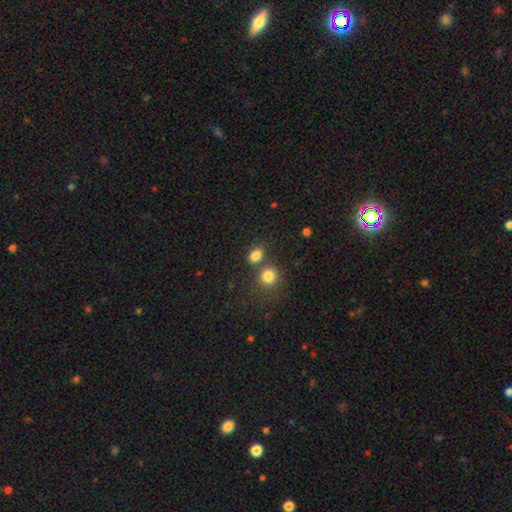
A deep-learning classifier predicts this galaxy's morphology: Smooth or featured: smooth — 82% (star or artifact — 12%)
How rounded: in between — 58% (round — 40%)
Merging: none — 60% (merger — 26%)